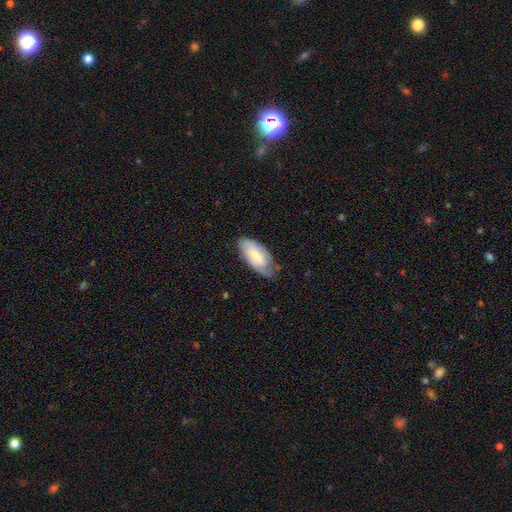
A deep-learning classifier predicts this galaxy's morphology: A smooth galaxy with no disk features (56%) that is in between round and cigar-shaped (91%).

Vote fractions:
- Smooth or featured? smooth: 56% / featured or disk: 39% / star or artifact: 6%
- How rounded? in between: 91% / cigar-shaped: 7% / round: 2%
- Merging? none: 62% / minor disturbance: 29% / major disturbance: 8% / merger: 1%